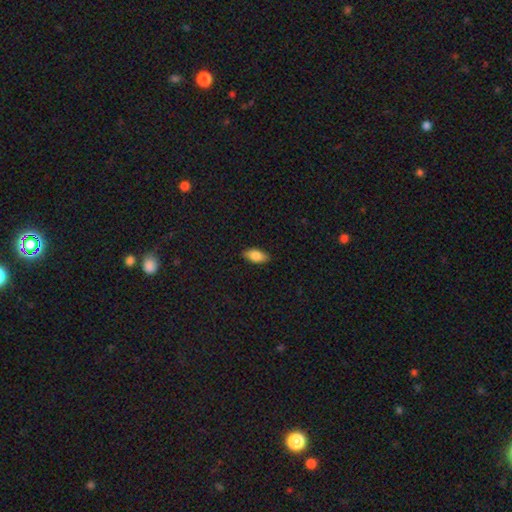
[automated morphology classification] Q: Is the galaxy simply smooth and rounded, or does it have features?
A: smooth — 82%.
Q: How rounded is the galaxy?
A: in between — 88%.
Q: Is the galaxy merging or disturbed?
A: none — 87%.